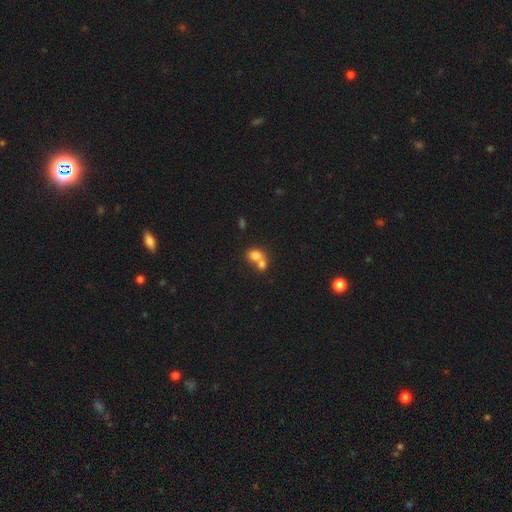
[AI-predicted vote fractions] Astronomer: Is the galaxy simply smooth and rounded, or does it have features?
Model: smooth — 76%.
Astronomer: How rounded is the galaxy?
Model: in between — 53% (runner-up: round, 46%).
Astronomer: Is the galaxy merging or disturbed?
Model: merger — 65%.